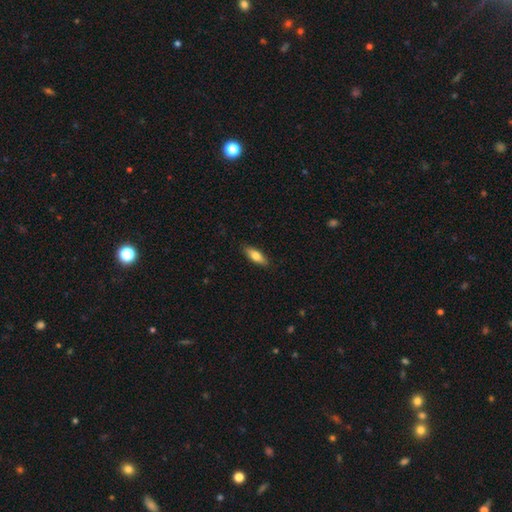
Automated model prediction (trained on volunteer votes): Smooth or featured?
  - smooth: 75% *
  - featured or disk: 19%
  - star or artifact: 6%
How rounded?
  - in between: 63% *
  - cigar-shaped: 35%
  - round: 2%
Merging?
  - none: 88% *
  - minor disturbance: 9%
  - major disturbance: 2%
  - merger: 1%